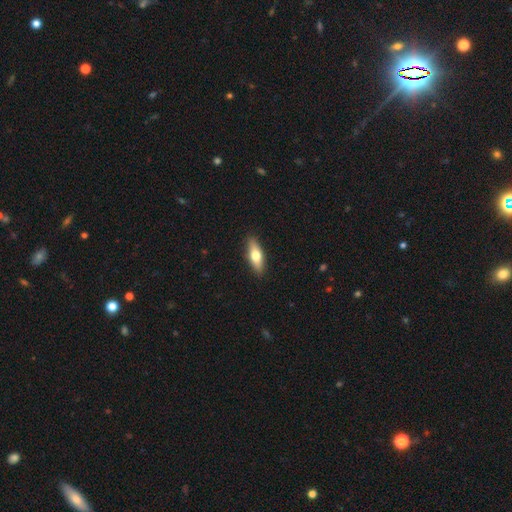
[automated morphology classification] A smooth galaxy with no disk features (61%) that is in between round and cigar-shaped (56%). Merging: none (90%).